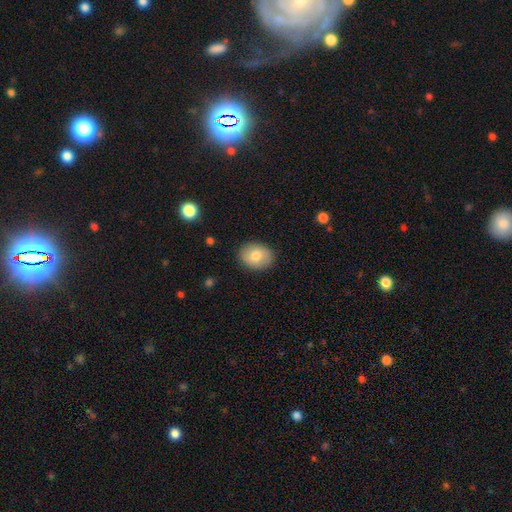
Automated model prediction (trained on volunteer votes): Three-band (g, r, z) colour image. It shows a smooth galaxy with no disk features (77%) that is in between round and cigar-shaped (58%). Merging: none (87%).